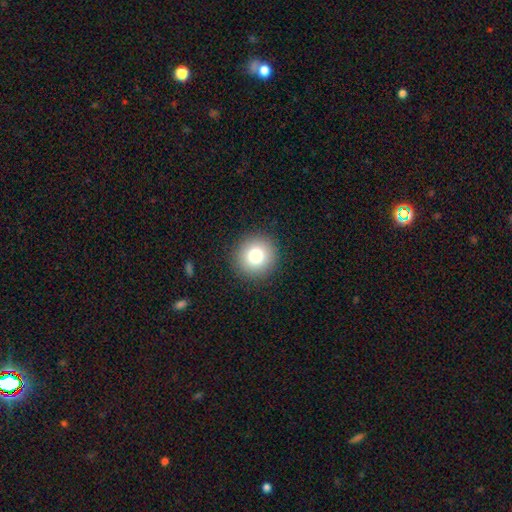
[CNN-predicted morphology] smooth-or-featured: smooth: 80% | star or artifact: 11% | featured or disk: 9%
  how-rounded: round: 93% | in between: 6% | cigar-shaped: 1%
  merging: none: 92% | minor disturbance: 5% | major disturbance: 2% | merger: 1%